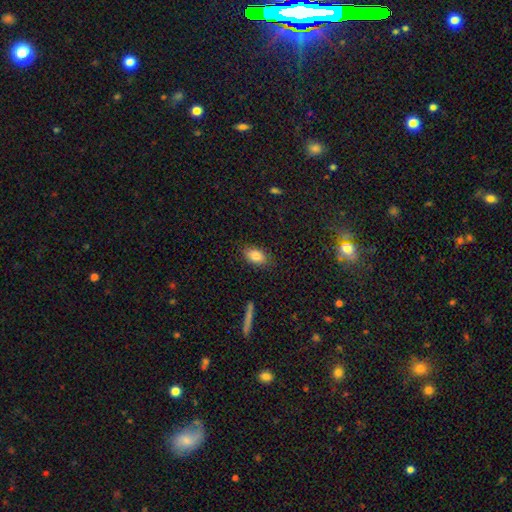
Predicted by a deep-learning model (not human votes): The model was most divided on "merging": none: 84%, minor disturbance: 12%, major disturbance: 3%, merger: 1%. More confident: how rounded — in between (88%); smooth or featured — smooth (83%).